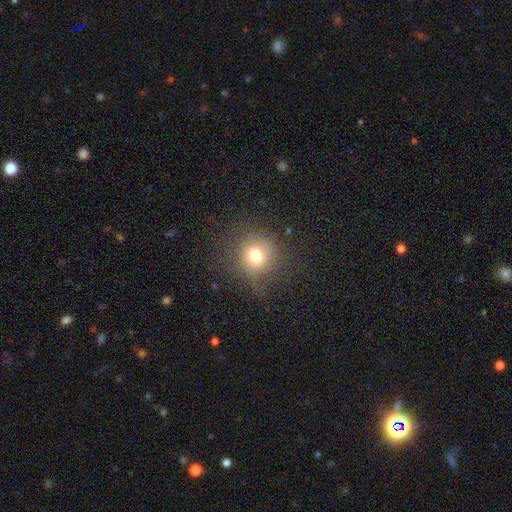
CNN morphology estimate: type=smooth (72%); roundness=round (90%); merging=none (78%).